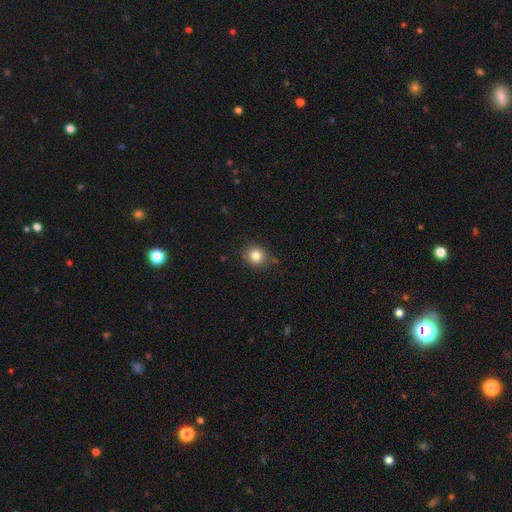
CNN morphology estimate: smooth-or-featured: smooth: 84% | star or artifact: 11% | featured or disk: 6%
  how-rounded: round: 85% | in between: 14% | cigar-shaped: 1%
  merging: none: 86% | minor disturbance: 10% | major disturbance: 2% | merger: 2%